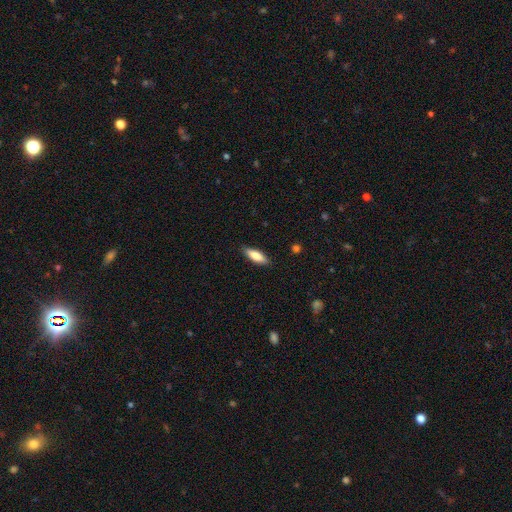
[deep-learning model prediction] Morphology: type=smooth (80%); roundness=in between (61%); merging=none (86%).